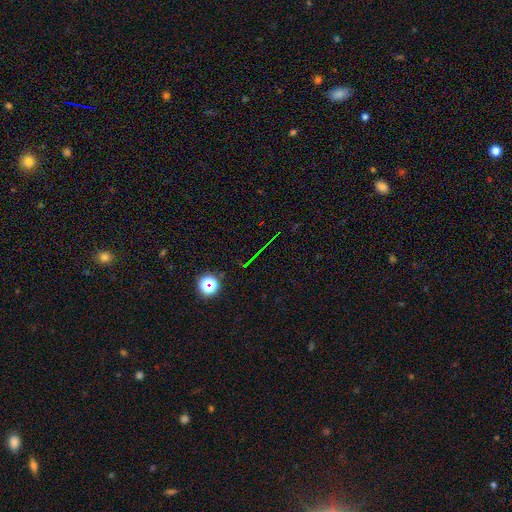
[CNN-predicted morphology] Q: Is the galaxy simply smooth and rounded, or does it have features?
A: star or artifact — 74%.